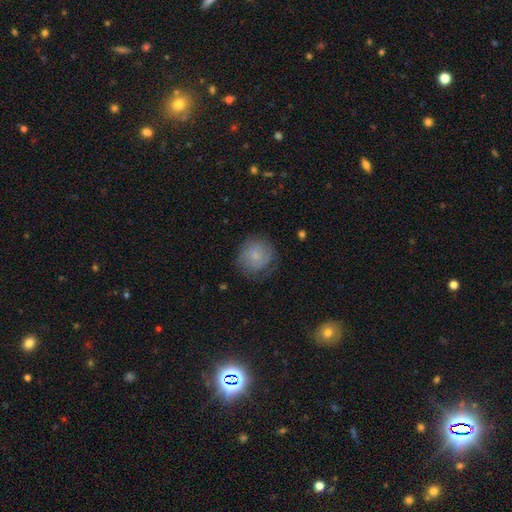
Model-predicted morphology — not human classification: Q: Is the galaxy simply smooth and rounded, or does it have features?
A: smooth — 64%.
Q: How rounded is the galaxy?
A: round — 85%.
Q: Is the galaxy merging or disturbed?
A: none — 64%.